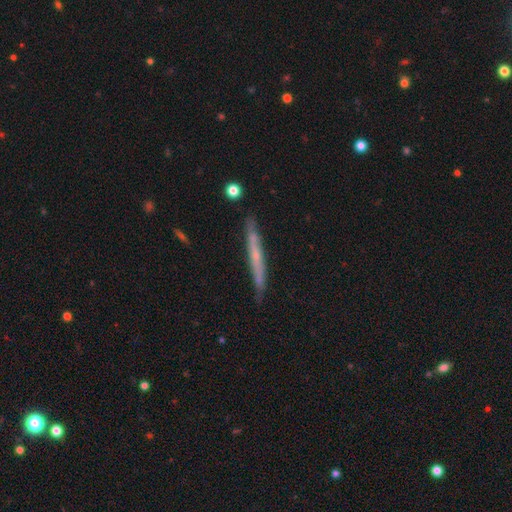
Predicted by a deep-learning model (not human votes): Smooth or featured?
  - featured or disk: 55% *
  - smooth: 38%
  - star or artifact: 7%
Edge-on disk?
  - yes: 94% *
  - no: 6%
Edge-on bulge?
  - none: 72% *
  - rounded: 24%
  - boxy: 5%
Merging?
  - none: 84% *
  - minor disturbance: 12%
  - major disturbance: 2%
  - merger: 2%